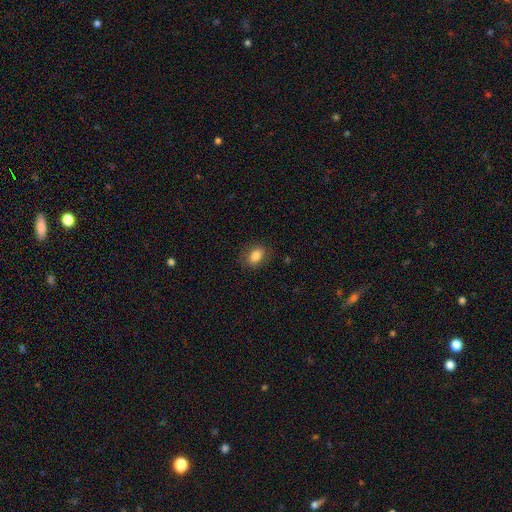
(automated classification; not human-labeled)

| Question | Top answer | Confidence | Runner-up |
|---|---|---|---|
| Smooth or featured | smooth | 83% | star or artifact (9%) |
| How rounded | in between | 70% | round (29%) |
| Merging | none | 83% | minor disturbance (12%) |